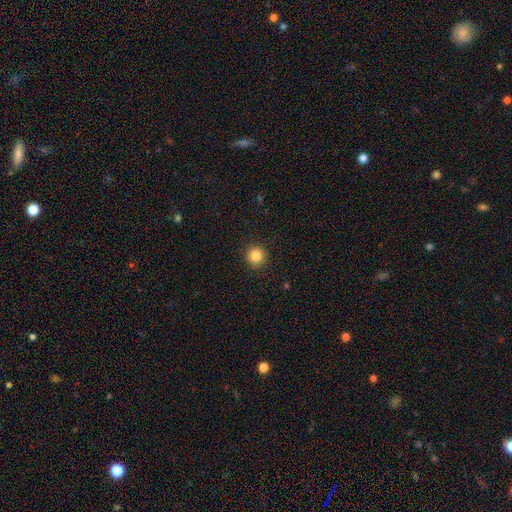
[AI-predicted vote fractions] This appears to be a smooth galaxy with no disk features (85%) that is round (95%). Merging: none (92%).